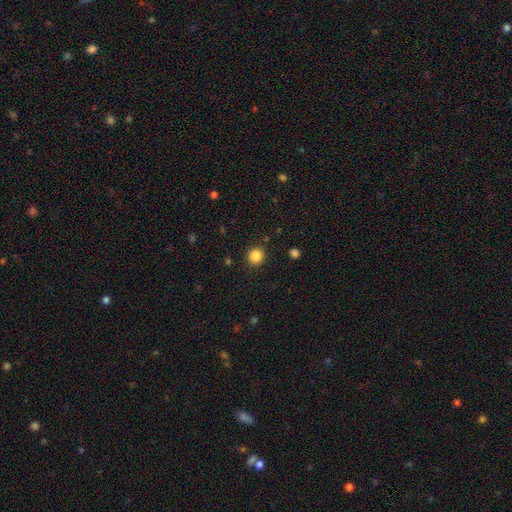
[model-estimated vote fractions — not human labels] smooth-or-featured: smooth: 86% | star or artifact: 11% | featured or disk: 3%
  how-rounded: round: 93% | in between: 7% | cigar-shaped: 1%
  merging: none: 91% | minor disturbance: 6% | major disturbance: 2% | merger: 1%